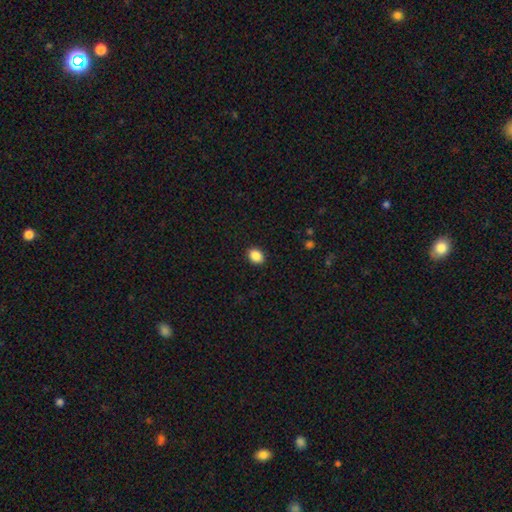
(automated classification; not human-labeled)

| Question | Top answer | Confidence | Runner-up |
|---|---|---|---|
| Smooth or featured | smooth | 88% | star or artifact (9%) |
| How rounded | in between | 53% | round (46%) |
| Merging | none | 90% | minor disturbance (7%) |